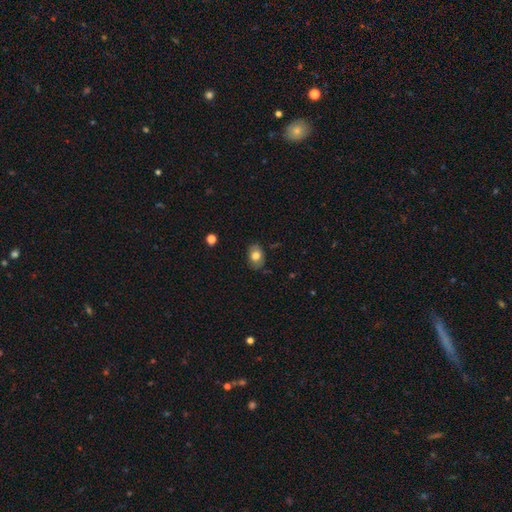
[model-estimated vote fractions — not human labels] Smooth or featured? Predicted: smooth (p=0.77). How rounded? Predicted: in between (p=0.78). Merging? Predicted: none (p=0.78).